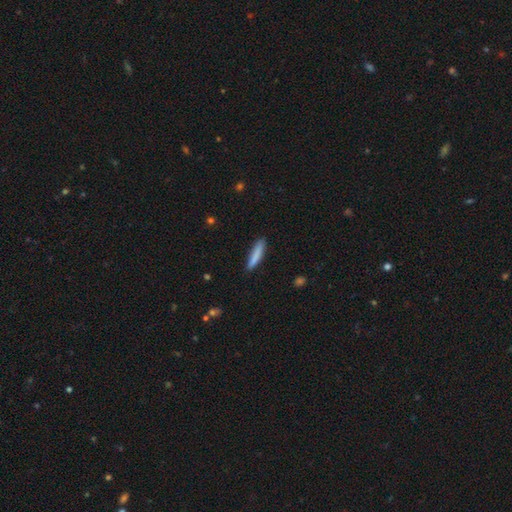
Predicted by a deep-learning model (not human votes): smooth 84%, featured or disk 10%, star or artifact 6%. Down the decision tree: how rounded — cigar-shaped (89%); merging — none (85%).